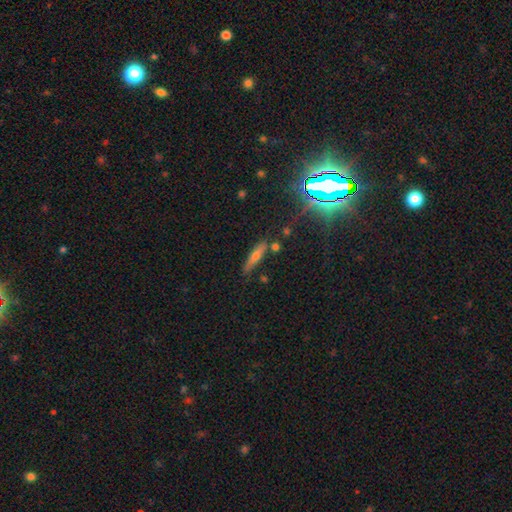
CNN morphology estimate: Smooth or featured? featured or disk (37%)
Merging? none (77%)